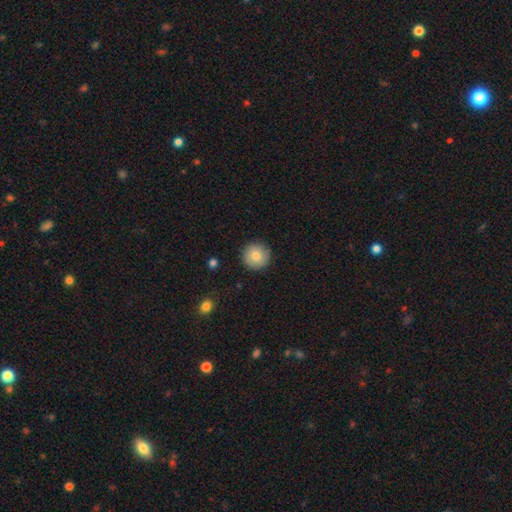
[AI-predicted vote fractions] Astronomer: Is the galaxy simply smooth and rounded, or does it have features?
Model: smooth — 80%.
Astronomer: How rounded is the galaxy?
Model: round — 96%.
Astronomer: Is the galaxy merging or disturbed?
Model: none — 91%.